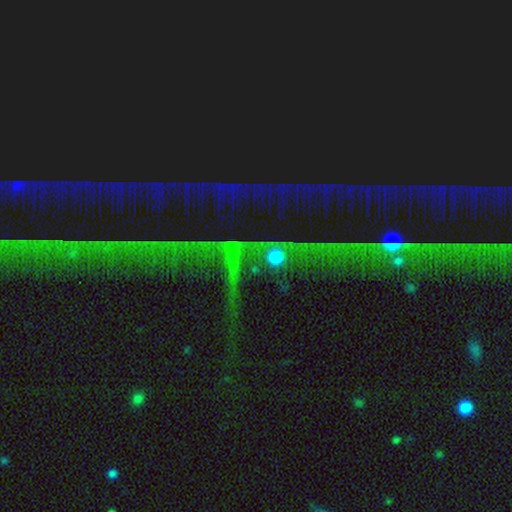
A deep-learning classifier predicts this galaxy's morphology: This is likely a star or artifact rather than a galaxy (68%).